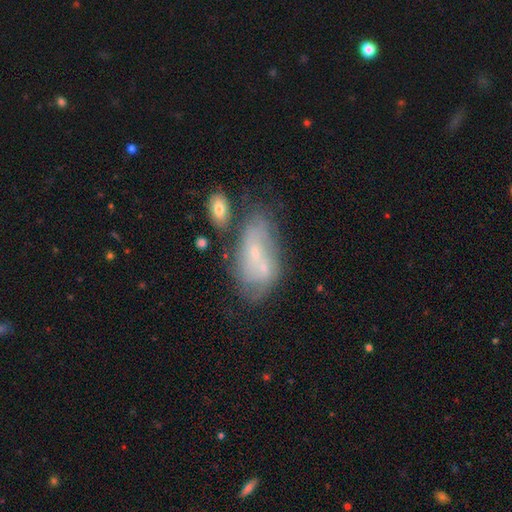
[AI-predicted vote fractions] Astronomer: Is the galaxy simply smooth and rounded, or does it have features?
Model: featured or disk — 55% (runner-up: smooth, 35%).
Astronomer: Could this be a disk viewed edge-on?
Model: no — 92%.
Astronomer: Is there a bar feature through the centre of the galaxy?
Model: no — 64%.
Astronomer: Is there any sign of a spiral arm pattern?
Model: yes — 52% (runner-up: no, 48%).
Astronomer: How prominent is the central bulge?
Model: small — 72%.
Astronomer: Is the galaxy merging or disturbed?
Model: none — 37% (runner-up: merger, 26%).